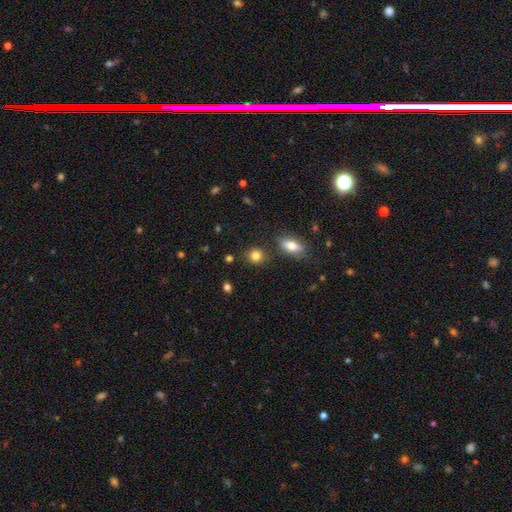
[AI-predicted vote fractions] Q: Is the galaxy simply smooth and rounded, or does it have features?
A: smooth — 83%.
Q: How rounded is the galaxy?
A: round — 80%.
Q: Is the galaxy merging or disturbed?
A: none — 82%.